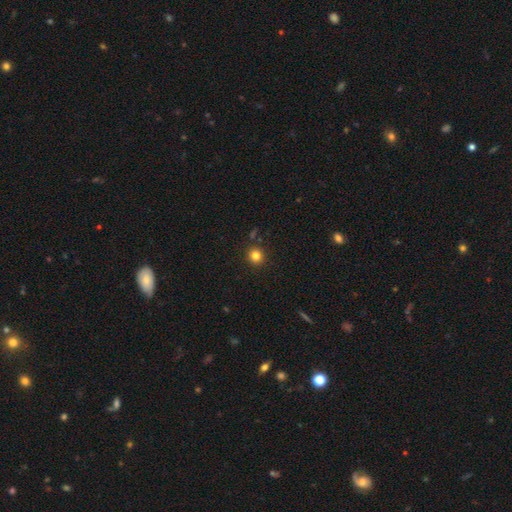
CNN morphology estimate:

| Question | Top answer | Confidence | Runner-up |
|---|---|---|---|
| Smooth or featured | smooth | 81% | star or artifact (13%) |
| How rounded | round | 91% | in between (8%) |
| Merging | none | 89% | minor disturbance (6%) |